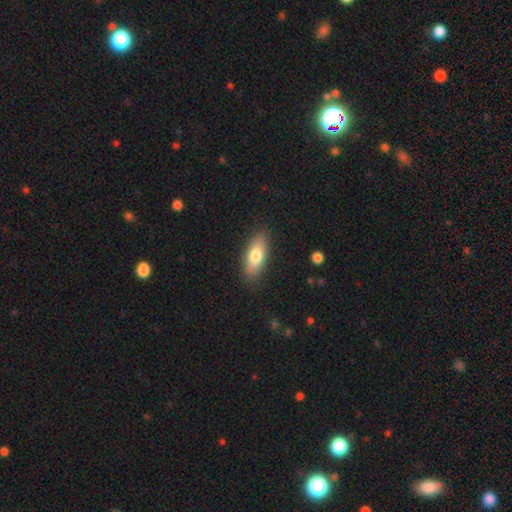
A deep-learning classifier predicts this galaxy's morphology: Overall: smooth (75%). How rounded: in between (74%). Merging: none (85%).